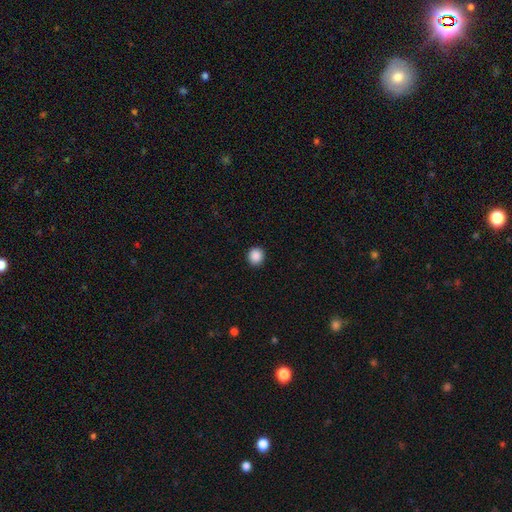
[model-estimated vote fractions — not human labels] smooth-or-featured: smooth: 89% | star or artifact: 9% | featured or disk: 2%
  how-rounded: round: 88% | in between: 11% | cigar-shaped: 1%
  merging: none: 92% | minor disturbance: 5% | major disturbance: 2% | merger: 1%